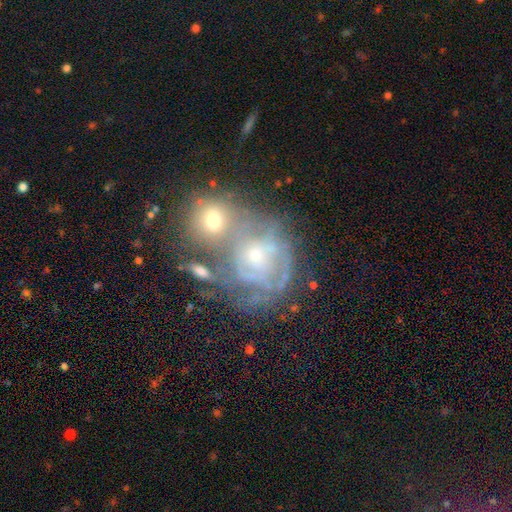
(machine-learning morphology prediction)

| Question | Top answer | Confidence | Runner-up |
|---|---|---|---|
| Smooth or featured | featured or disk | 72% | star or artifact (15%) |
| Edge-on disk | no | 96% | yes (4%) |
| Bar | no | 62% | weak (29%) |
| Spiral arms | yes | 90% | no (10%) |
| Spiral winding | tight | 73% | medium (21%) |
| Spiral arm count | can't tell | 38% | 2 (27%) |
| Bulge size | small | 57% | moderate (36%) |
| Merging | merger | 48% | none (35%) |